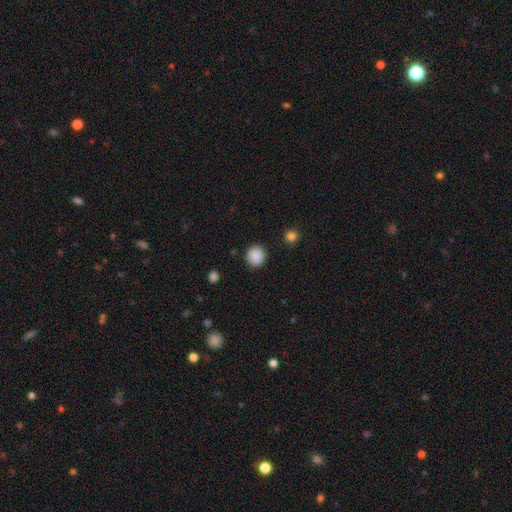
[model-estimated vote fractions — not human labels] Smooth or featured? smooth (88%)
How rounded? round (92%)
Merging? none (90%)